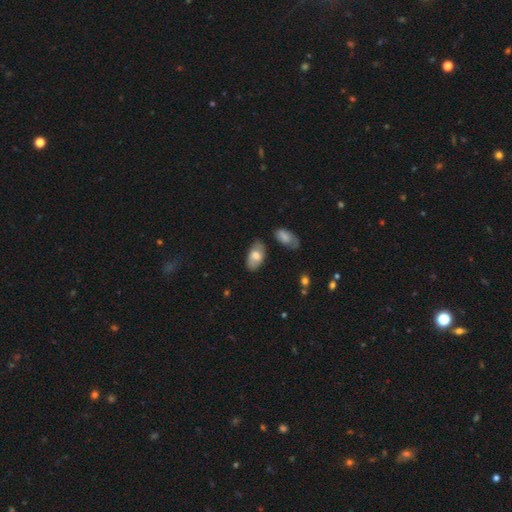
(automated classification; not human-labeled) A smooth galaxy with no disk features (71%) that is in between round and cigar-shaped (94%).

Vote fractions:
- Smooth or featured? smooth: 71% / featured or disk: 22% / star or artifact: 7%
- How rounded? in between: 94% / round: 4% / cigar-shaped: 2%
- Merging? none: 69% / minor disturbance: 21% / major disturbance: 5% / merger: 5%